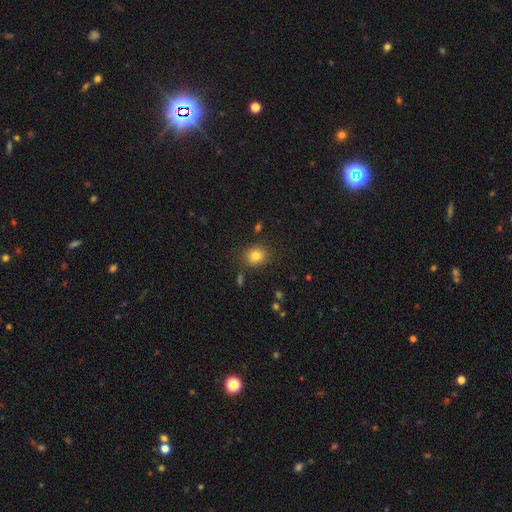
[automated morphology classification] smooth-or-featured: smooth: 81% | star or artifact: 12% | featured or disk: 7%
  how-rounded: round: 64% | in between: 35% | cigar-shaped: 1%
  merging: none: 82% | minor disturbance: 11% | major disturbance: 4% | merger: 3%